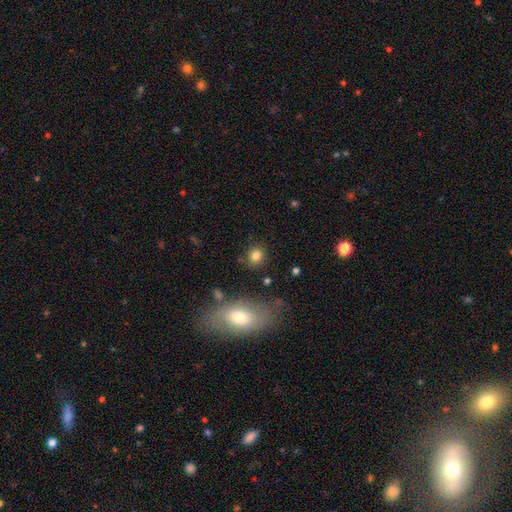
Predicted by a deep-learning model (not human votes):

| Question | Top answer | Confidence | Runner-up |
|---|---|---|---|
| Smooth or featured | smooth | 82% | star or artifact (11%) |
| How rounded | round | 79% | in between (20%) |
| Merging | none | 82% | minor disturbance (11%) |